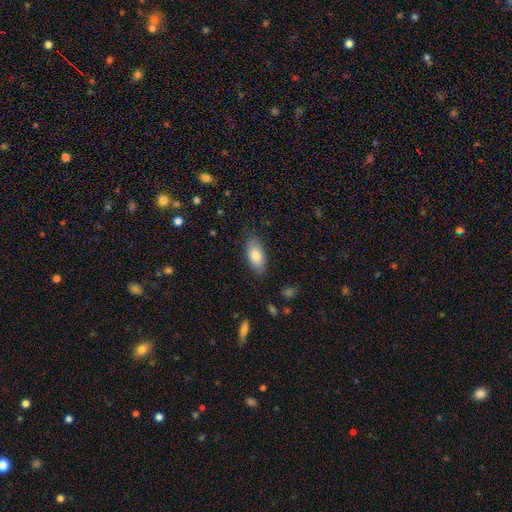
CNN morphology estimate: The model was most divided on "smooth or featured": smooth: 80%, featured or disk: 13%, star or artifact: 6%. More confident: how rounded — in between (90%); merging — none (83%).